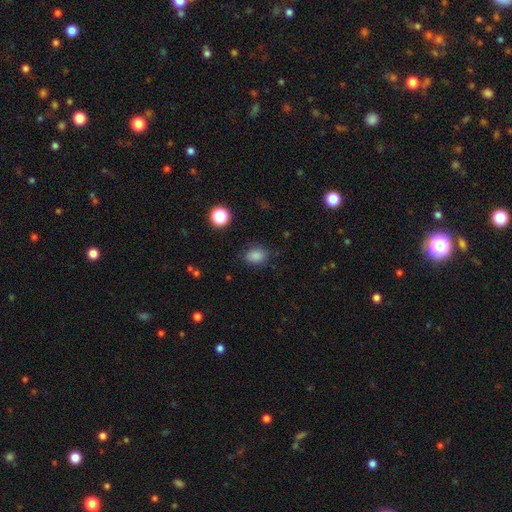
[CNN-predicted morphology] Q: Smooth or featured?
A: smooth (83%); runner-up: star or artifact (12%)
Q: How rounded?
A: in between (66%); runner-up: round (33%)
Q: Merging?
A: none (77%); runner-up: minor disturbance (16%)